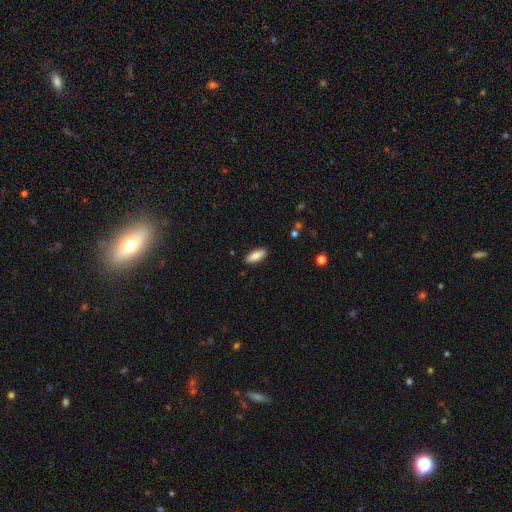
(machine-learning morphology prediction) A smooth galaxy with no disk features (87%) that is in between round and cigar-shaped (68%). Merging: none (89%).